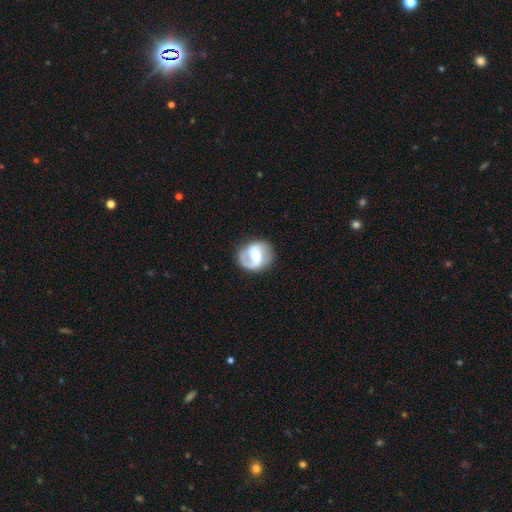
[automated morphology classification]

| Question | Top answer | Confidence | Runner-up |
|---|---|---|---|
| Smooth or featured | featured or disk | 76% | smooth (19%) |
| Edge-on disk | no | 98% | yes (2%) |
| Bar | weak | 46% | no (31%) |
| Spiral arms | yes | 92% | no (8%) |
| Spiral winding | medium | 47% | loose (27%) |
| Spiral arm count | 2 | 77% | 1 (15%) |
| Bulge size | moderate | 46% | small (37%) |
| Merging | none | 76% | minor disturbance (15%) |